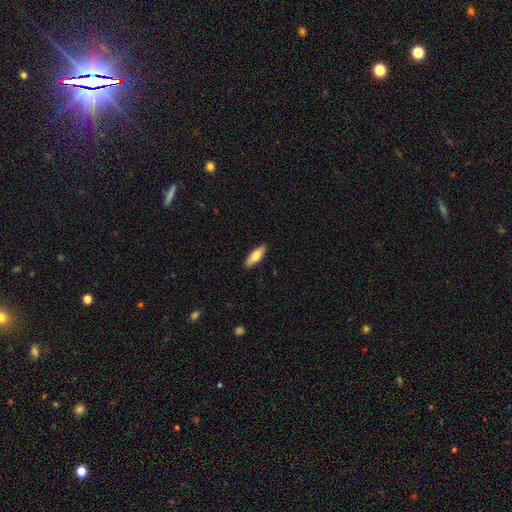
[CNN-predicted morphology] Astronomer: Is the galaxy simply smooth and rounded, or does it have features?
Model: smooth — 73%.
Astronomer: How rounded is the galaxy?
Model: in between — 60% (runner-up: cigar-shaped, 38%).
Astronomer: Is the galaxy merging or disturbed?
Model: none — 89%.